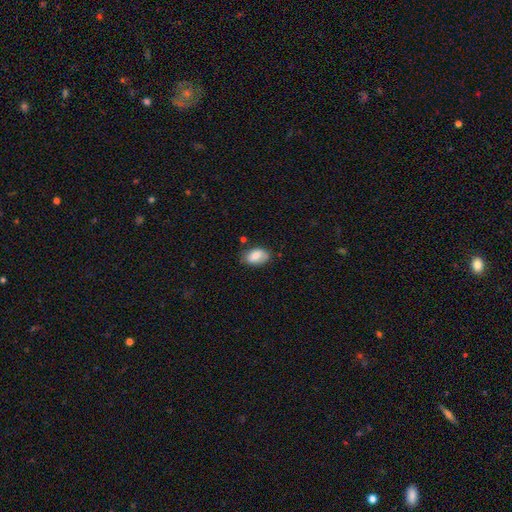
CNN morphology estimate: The model was most divided on "merging": none: 69%, minor disturbance: 24%, major disturbance: 5%, merger: 3%. More confident: how rounded — in between (91%); smooth or featured — smooth (77%).